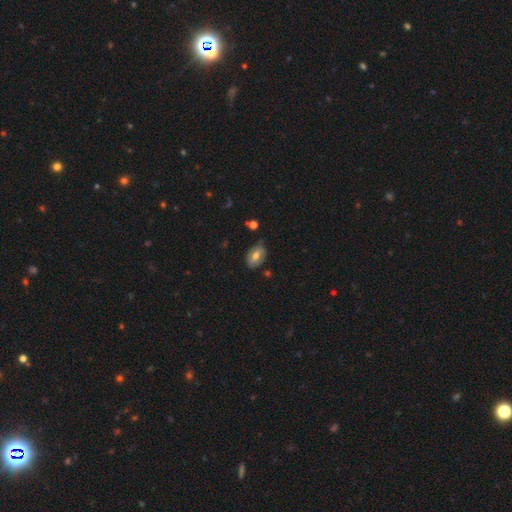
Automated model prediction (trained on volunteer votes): The model was most divided on "smooth or featured": smooth: 60%, featured or disk: 33%, star or artifact: 8%. More confident: how rounded — in between (87%); merging — none (70%).